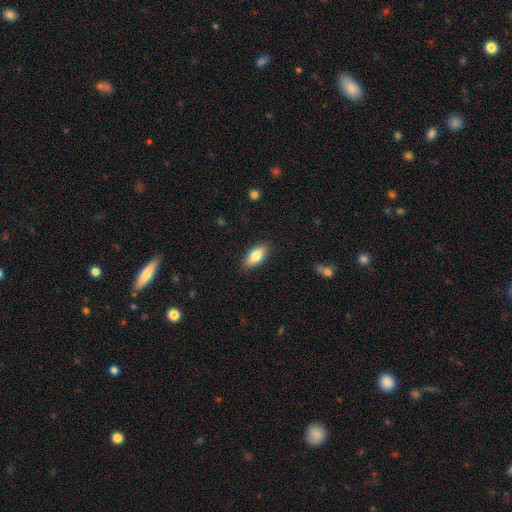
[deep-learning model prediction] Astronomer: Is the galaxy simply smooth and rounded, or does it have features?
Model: smooth — 80%.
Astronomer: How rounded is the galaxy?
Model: in between — 87%.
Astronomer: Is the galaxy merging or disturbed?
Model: none — 87%.